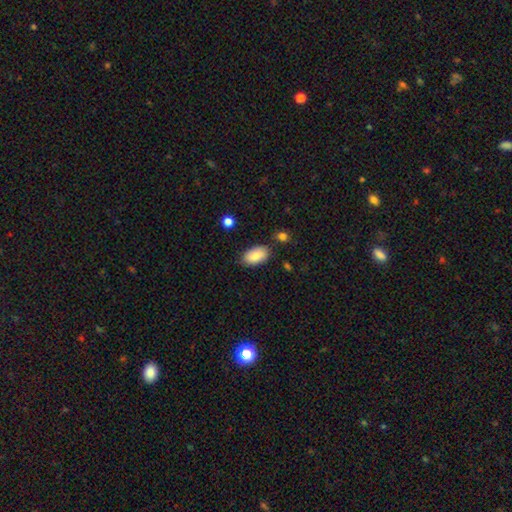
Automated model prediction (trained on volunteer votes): smooth-or-featured: smooth: 83% | featured or disk: 10% | star or artifact: 7%
  how-rounded: in between: 94% | round: 4% | cigar-shaped: 2%
  merging: none: 80% | minor disturbance: 14% | merger: 3% | major disturbance: 3%